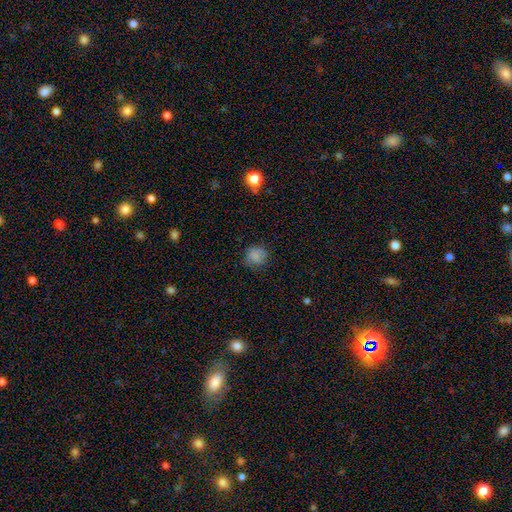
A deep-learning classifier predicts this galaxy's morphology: Overall: smooth (81%). How rounded: round (84%). Merging: none (78%).